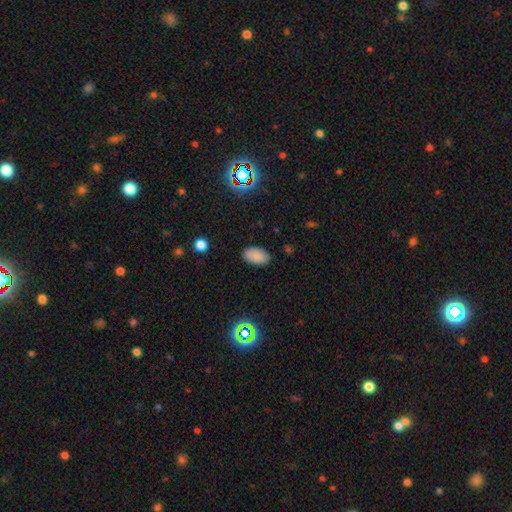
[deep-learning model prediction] This is clearly a smooth galaxy (86%). How rounded: clearly in between (94%). Merging: clearly none (86%).